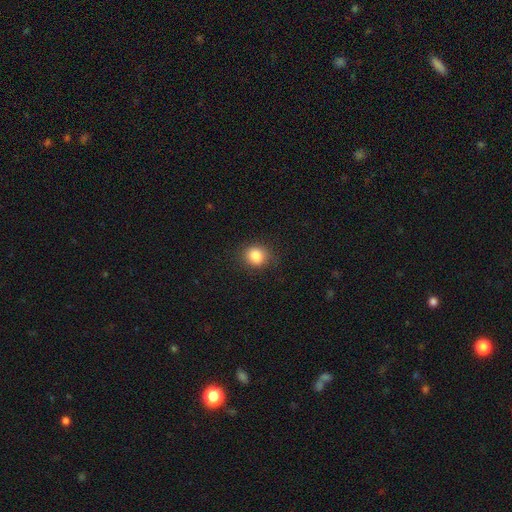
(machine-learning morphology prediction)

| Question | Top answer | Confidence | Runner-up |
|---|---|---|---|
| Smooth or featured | smooth | 85% | star or artifact (10%) |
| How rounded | round | 73% | in between (26%) |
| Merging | none | 82% | minor disturbance (13%) |